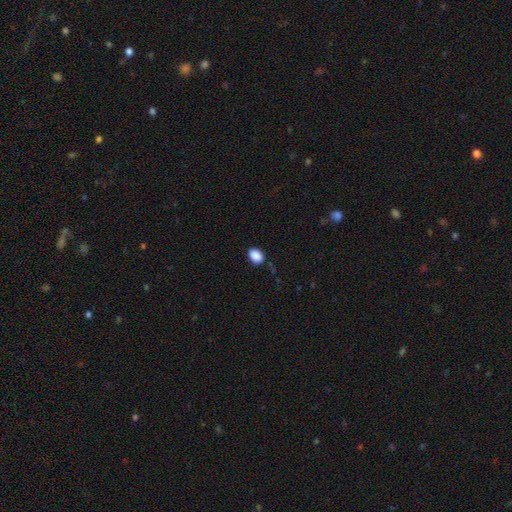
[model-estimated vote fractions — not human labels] Smooth or featured? smooth (89%)
How rounded? in between (72%)
Merging? none (82%)